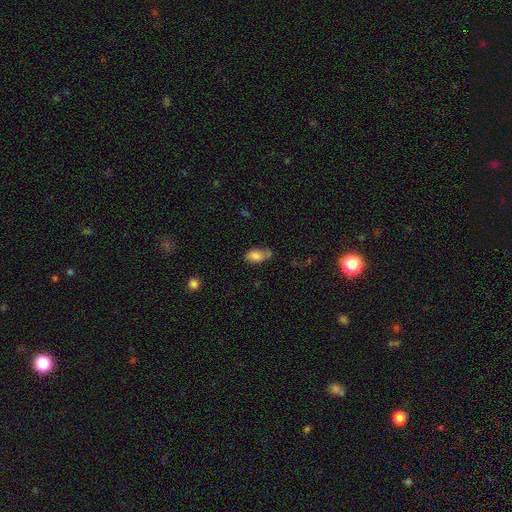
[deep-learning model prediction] smooth 79%, featured or disk 11%, star or artifact 9%. Down the decision tree: how rounded — in between (89%); merging — none (46%).